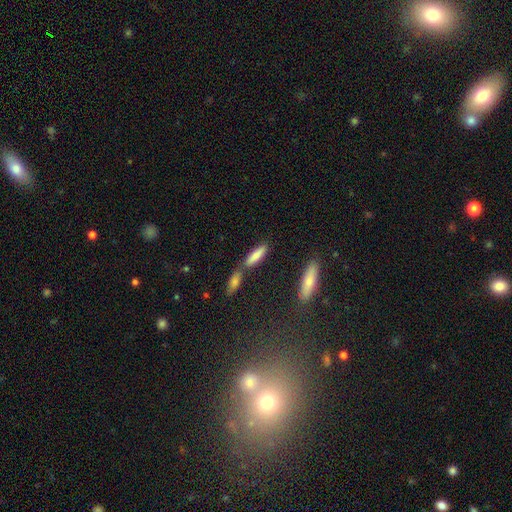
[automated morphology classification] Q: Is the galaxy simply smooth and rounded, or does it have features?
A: smooth — 80%.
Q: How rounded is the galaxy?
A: cigar-shaped — 64%.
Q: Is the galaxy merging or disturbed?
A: none — 60%.